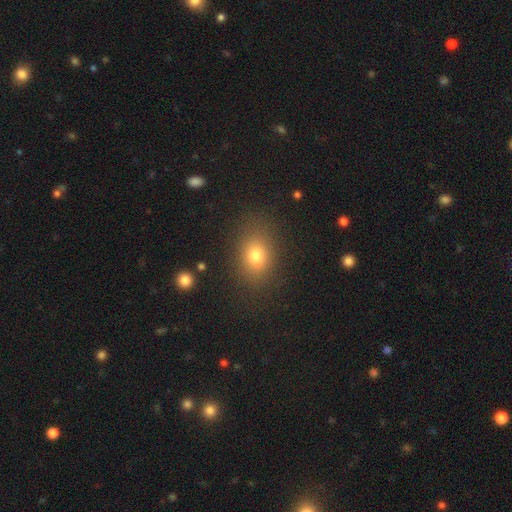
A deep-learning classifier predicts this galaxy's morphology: type=smooth (77%); roundness=in between (71%); merging=none (82%).